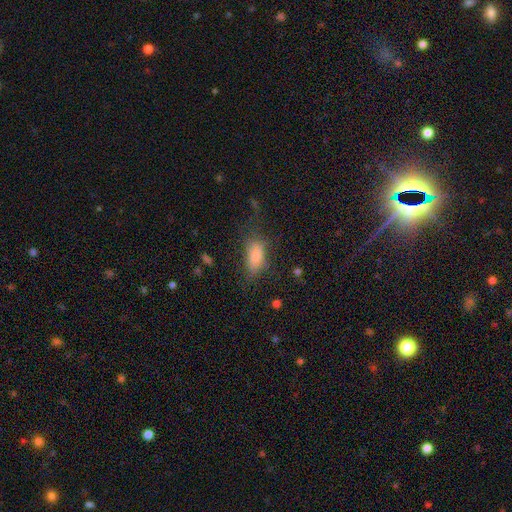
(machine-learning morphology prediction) smooth-or-featured: smooth: 80% | star or artifact: 11% | featured or disk: 10%
  how-rounded: in between: 86% | cigar-shaped: 10% | round: 4%
  merging: none: 46% | minor disturbance: 26% | major disturbance: 25% | merger: 3%